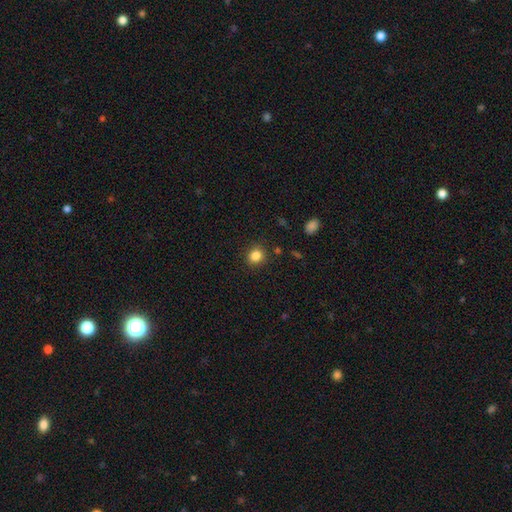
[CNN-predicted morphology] Overall: smooth (84%). How rounded: round (77%). Merging: none (88%).